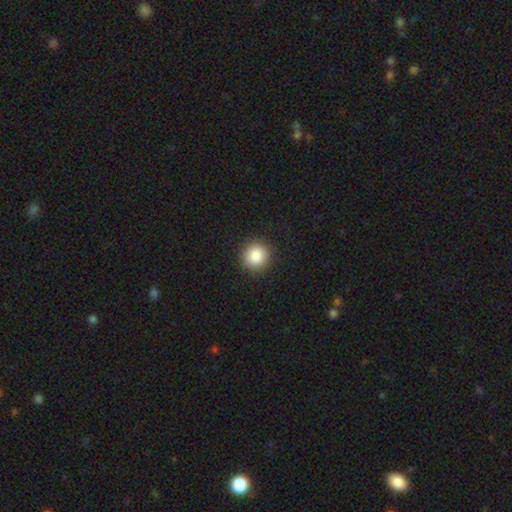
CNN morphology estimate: type=smooth (86%); roundness=round (93%); merging=none (91%).